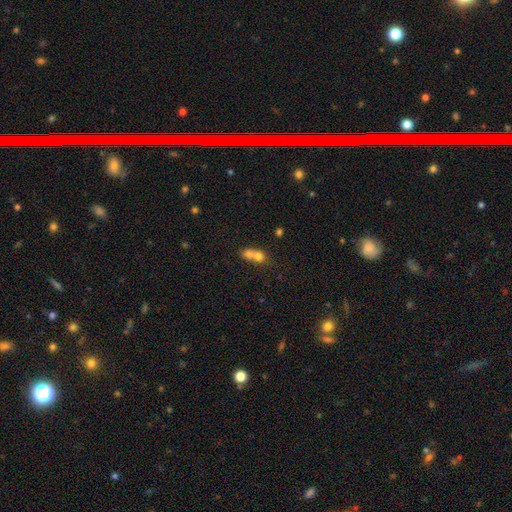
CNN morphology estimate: Q: Smooth or featured?
A: smooth (71%); runner-up: featured or disk (18%)
Q: How rounded?
A: round (63%); runner-up: in between (34%)
Q: Merging?
A: merger (73%); runner-up: none (19%)